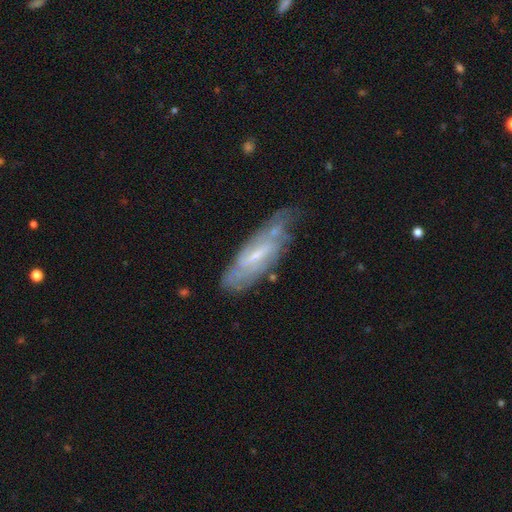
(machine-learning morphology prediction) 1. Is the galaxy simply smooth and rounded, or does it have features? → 72% featured or disk, 21% smooth, 7% star or artifact.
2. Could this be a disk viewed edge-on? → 78% no, 22% yes.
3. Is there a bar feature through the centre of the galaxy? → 52% weak, 25% strong, 24% no.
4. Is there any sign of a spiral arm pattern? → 80% yes, 20% no.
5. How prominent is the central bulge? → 57% small, 32% moderate, 8% none, 2% large, 1% dominant.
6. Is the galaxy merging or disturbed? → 60% none, 27% minor disturbance, 10% major disturbance, 4% merger.